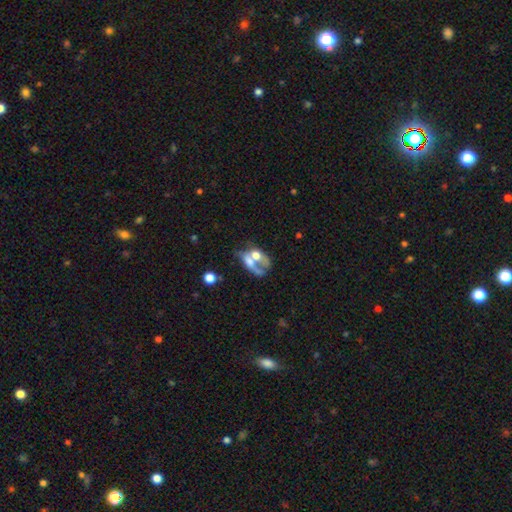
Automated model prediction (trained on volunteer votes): smooth-or-featured: featured or disk: 46% | smooth: 42% | star or artifact: 11%
  merging: merger: 59% | major disturbance: 19% | none: 14% | minor disturbance: 8%